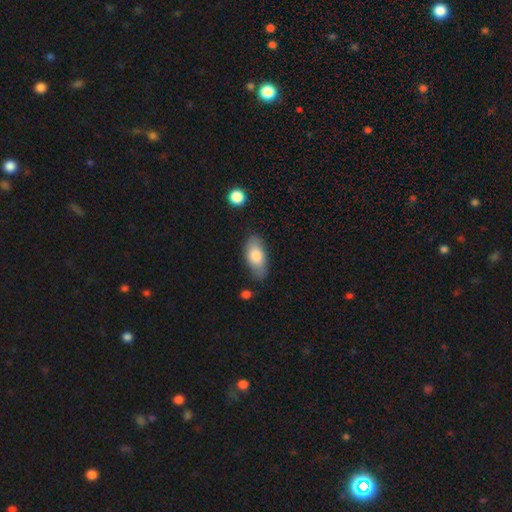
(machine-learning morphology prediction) This is likely a smooth galaxy (78%). How rounded: clearly in between (91%). Merging: likely none (75%).